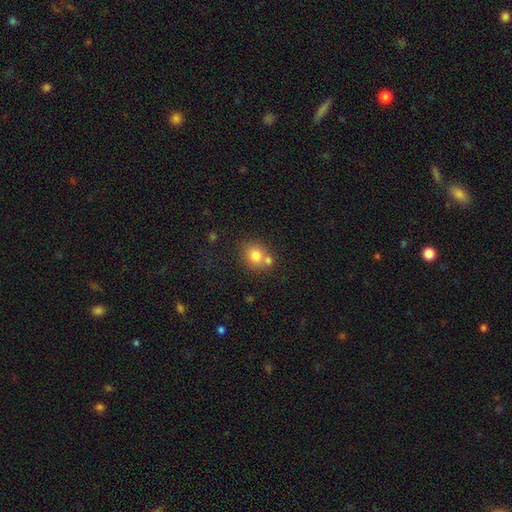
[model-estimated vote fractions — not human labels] smooth 78%, star or artifact 11%, featured or disk 11%. Down the decision tree: how rounded — round (74%); merging — none (56%).